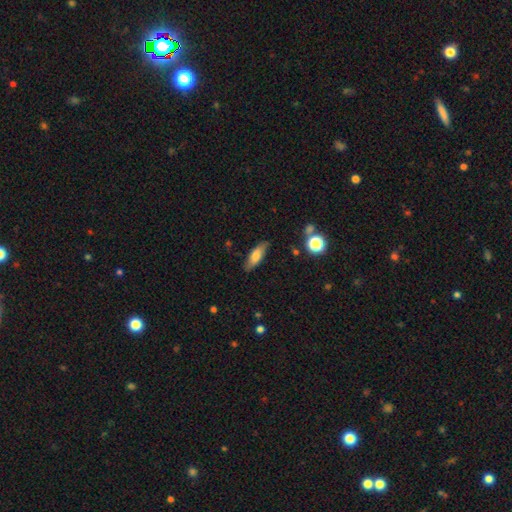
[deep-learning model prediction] A smooth galaxy with no disk features (71%) that is in between round and cigar-shaped (60%). Merging: none (82%).